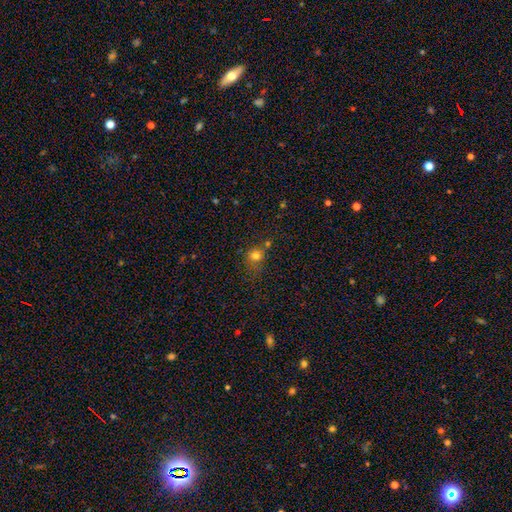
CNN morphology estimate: A smooth galaxy with no disk features (75%) that is round (82%).

Vote fractions:
- Smooth or featured? smooth: 75% / star or artifact: 16% / featured or disk: 8%
- How rounded? round: 82% / in between: 17% / cigar-shaped: 1%
- Merging? none: 57% / minor disturbance: 18% / merger: 17% / major disturbance: 8%